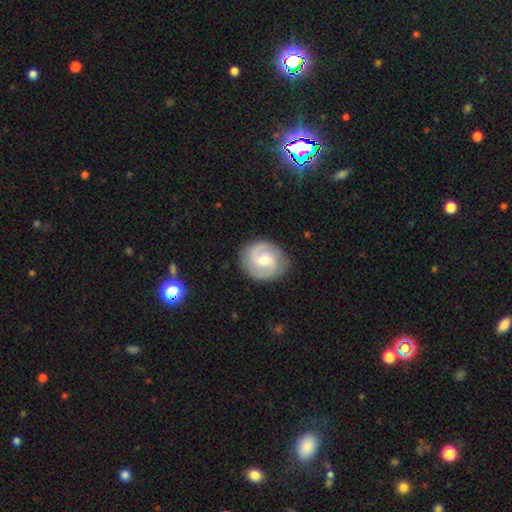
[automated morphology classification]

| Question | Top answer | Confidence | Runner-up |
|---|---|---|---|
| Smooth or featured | featured or disk | 57% | smooth (26%) |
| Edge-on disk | no | 96% | yes (4%) |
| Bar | weak | 43% | no (38%) |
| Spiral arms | yes | 75% | no (25%) |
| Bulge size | moderate | 59% | small (34%) |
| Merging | none | 84% | minor disturbance (11%) |